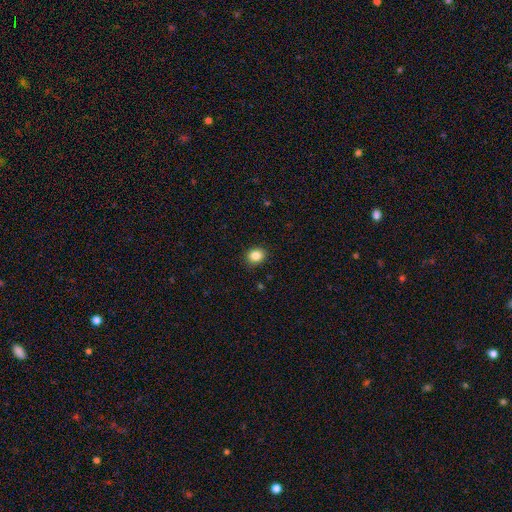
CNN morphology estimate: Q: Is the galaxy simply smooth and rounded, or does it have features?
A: smooth — 85%.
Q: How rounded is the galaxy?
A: round — 66%.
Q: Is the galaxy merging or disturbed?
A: none — 89%.